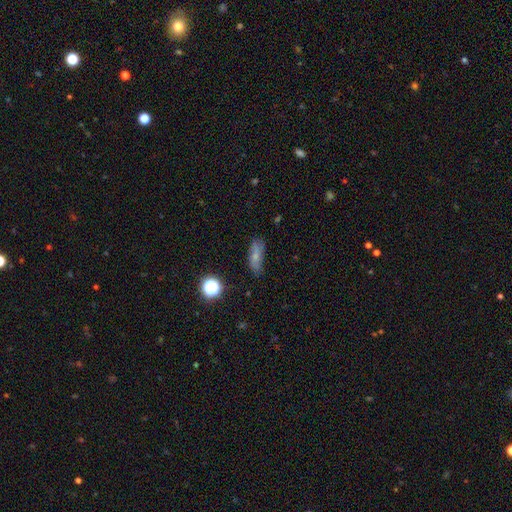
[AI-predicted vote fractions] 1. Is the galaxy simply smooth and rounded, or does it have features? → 63% smooth, 25% featured or disk, 12% star or artifact.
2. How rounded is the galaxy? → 61% in between, 32% cigar-shaped, 6% round.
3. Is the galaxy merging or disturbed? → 68% none, 23% minor disturbance, 6% major disturbance, 2% merger.